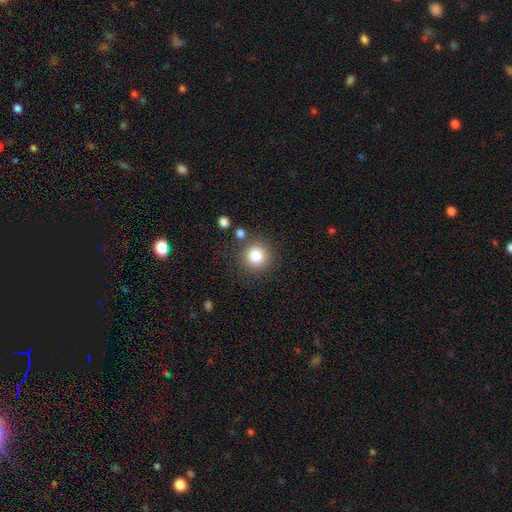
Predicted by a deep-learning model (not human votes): Overall: smooth (83%). How rounded: round (93%). Merging: none (82%).